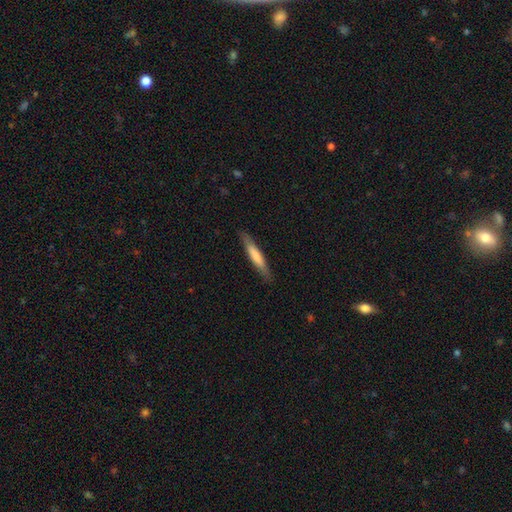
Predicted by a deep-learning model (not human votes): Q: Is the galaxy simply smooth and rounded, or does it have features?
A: smooth — 68%.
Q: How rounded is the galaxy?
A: cigar-shaped — 90%.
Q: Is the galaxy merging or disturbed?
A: none — 87%.